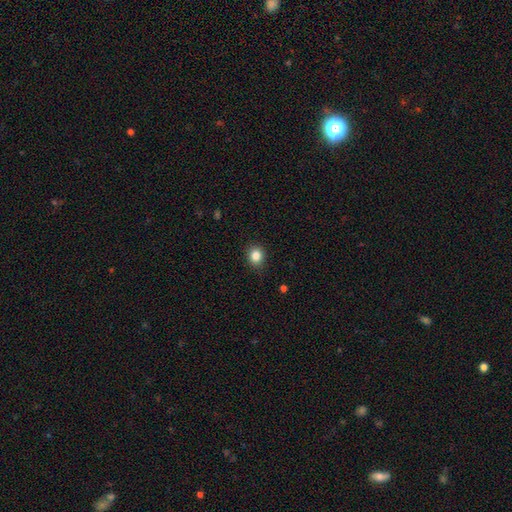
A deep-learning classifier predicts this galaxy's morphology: The model was most divided on "how rounded": round: 77%, in between: 22%, cigar-shaped: 1%. More confident: merging — none (89%); smooth or featured — smooth (84%).